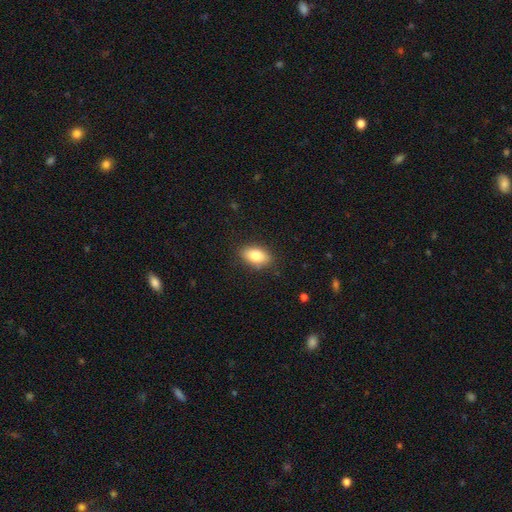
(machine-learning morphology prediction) smooth-or-featured: smooth: 82% | featured or disk: 11% | star or artifact: 8%
  how-rounded: in between: 90% | round: 8% | cigar-shaped: 3%
  merging: none: 86% | minor disturbance: 11% | major disturbance: 2% | merger: 1%